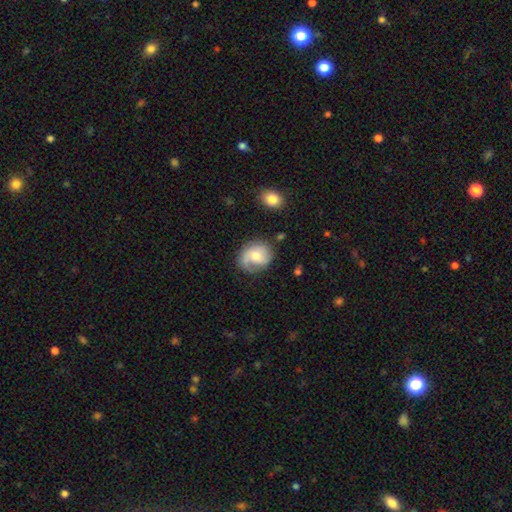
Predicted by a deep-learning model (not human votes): Morphology: type=featured or disk (50%); edge-on=no (97%); merging=none (62%).